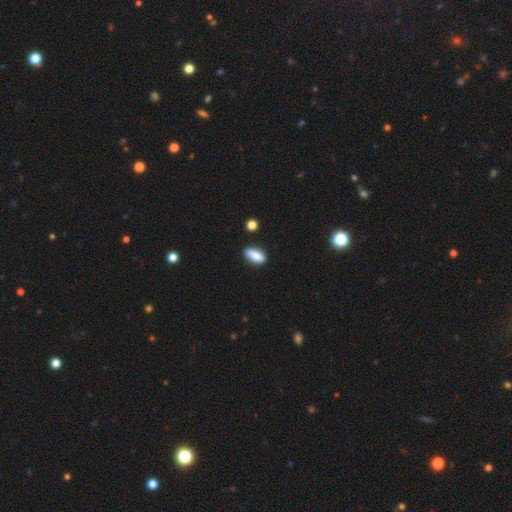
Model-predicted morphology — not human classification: Smooth or featured? Predicted: smooth (p=0.83). How rounded? Predicted: in between (p=0.81). Merging? Predicted: none (p=0.80).